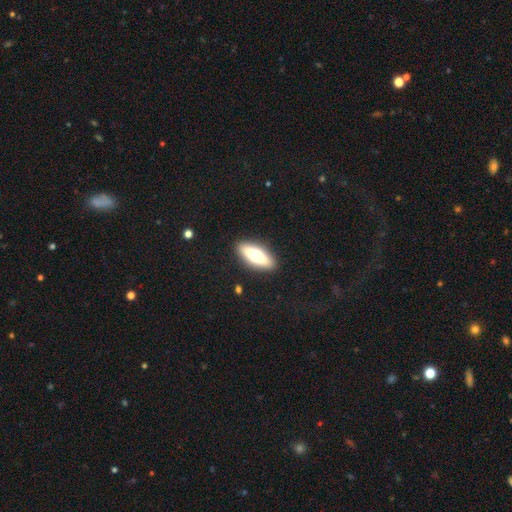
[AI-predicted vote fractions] smooth 60%, featured or disk 33%, star or artifact 7%. Down the decision tree: how rounded — in between (62%); merging — none (89%).